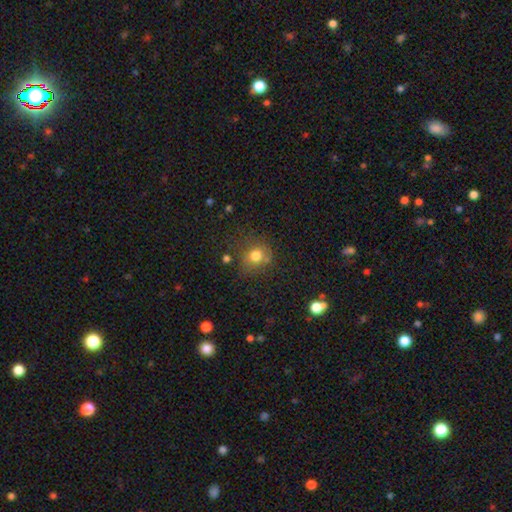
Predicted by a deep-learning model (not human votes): Morphology: type=smooth (77%); roundness=round (80%); merging=none (68%).